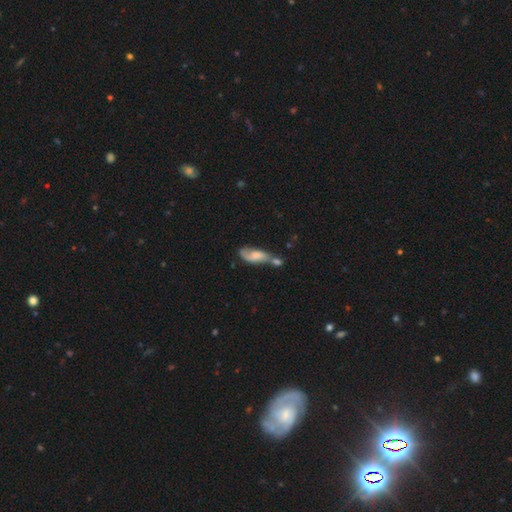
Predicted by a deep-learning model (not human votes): A smooth galaxy with no disk features (47%).

Vote fractions:
- Smooth or featured? smooth: 47% / featured or disk: 45% / star or artifact: 7%
- Merging? merger: 48% / none: 24% / minor disturbance: 17% / major disturbance: 11%